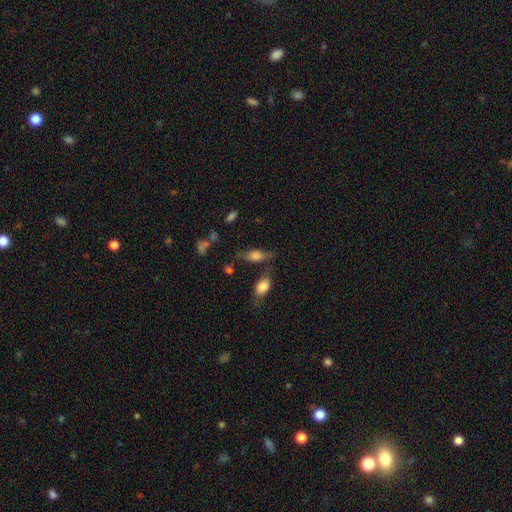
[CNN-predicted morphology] Smooth or featured? smooth (64%)
How rounded? in between (77%)
Merging? none (59%)